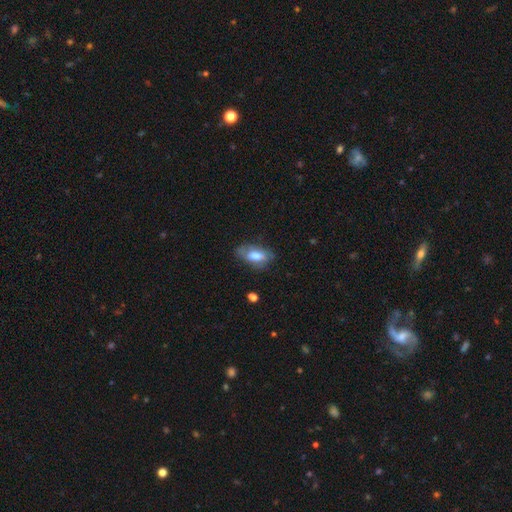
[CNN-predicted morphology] This appears to be a smooth galaxy with no disk features (67%) that is in between round and cigar-shaped (88%). Merging: none (64%).